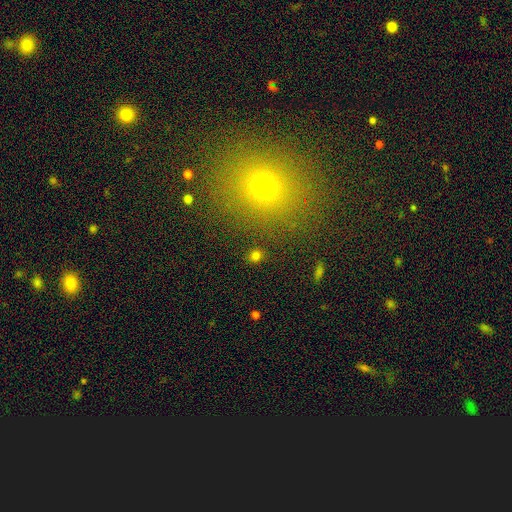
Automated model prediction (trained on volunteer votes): Q: Smooth or featured?
A: smooth (78%); runner-up: star or artifact (17%)
Q: How rounded?
A: round (85%); runner-up: in between (13%)
Q: Merging?
A: none (88%); runner-up: minor disturbance (6%)